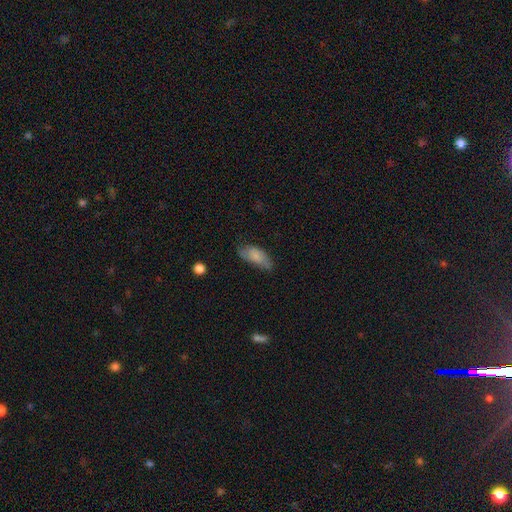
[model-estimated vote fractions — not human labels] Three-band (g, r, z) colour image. It shows a smooth galaxy with no disk features (71%) that is in between round and cigar-shaped (87%). Merging: none (60%).